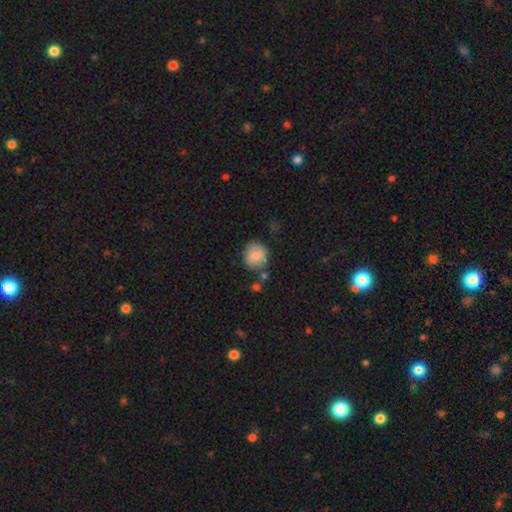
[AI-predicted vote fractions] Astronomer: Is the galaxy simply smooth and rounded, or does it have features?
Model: smooth — 82%.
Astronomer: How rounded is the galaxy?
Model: round — 86%.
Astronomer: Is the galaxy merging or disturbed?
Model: none — 75%.